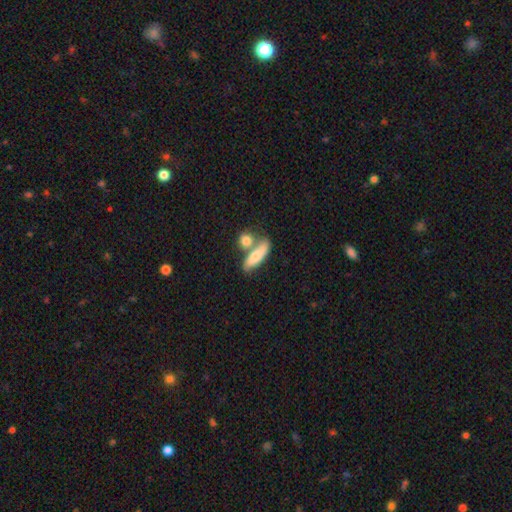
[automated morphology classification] The model was most divided on "merging" (2-way tie): none: 41%, merger: 41%, minor disturbance: 12%, major disturbance: 6%. More confident: smooth or featured — smooth (70%); how rounded — in between (60%).